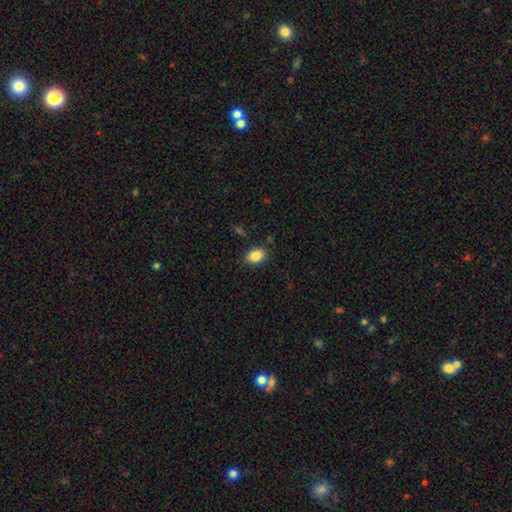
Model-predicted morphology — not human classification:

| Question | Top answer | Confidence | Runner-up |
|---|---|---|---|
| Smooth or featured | smooth | 86% | star or artifact (9%) |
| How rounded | in between | 74% | round (24%) |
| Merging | none | 86% | minor disturbance (10%) |